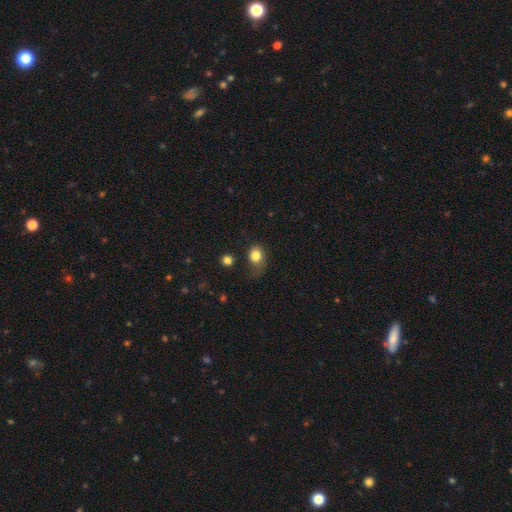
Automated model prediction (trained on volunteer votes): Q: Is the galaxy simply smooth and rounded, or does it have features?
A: smooth — 82%.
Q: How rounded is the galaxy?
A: round — 56%.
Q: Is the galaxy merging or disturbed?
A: none — 49%.